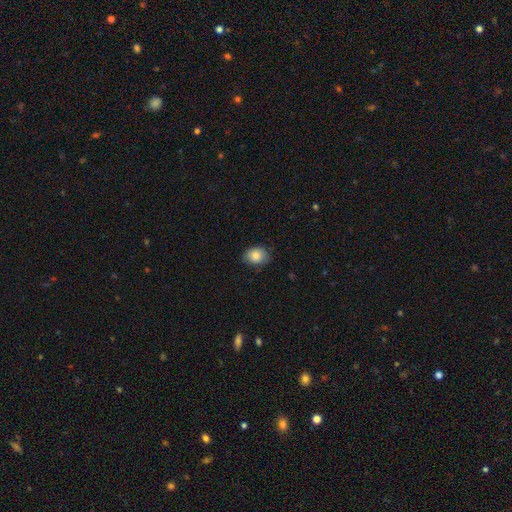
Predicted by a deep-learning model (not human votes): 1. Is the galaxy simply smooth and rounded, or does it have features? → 83% smooth, 9% featured or disk, 8% star or artifact.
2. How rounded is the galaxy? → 60% in between, 39% round, 1% cigar-shaped.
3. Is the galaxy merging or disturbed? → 75% none, 21% minor disturbance, 3% major disturbance, 1% merger.